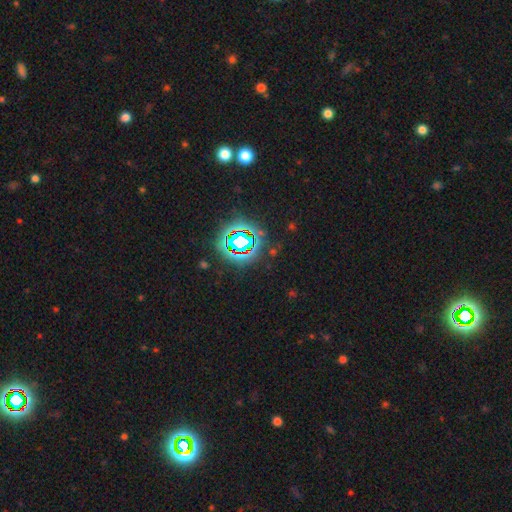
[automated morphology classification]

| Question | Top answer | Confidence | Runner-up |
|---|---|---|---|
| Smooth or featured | star or artifact | 77% | smooth (13%) |